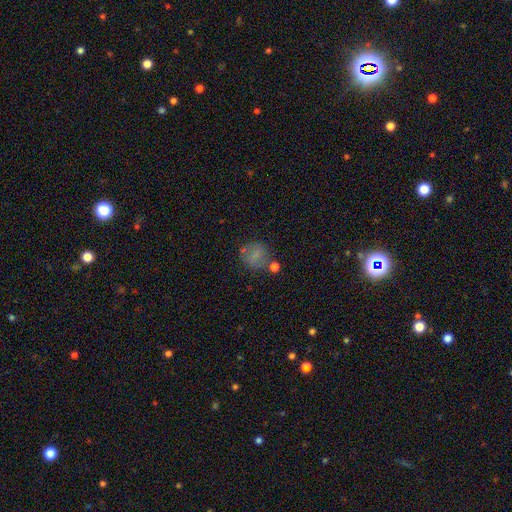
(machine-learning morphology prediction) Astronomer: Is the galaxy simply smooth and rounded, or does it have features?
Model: smooth — 68%.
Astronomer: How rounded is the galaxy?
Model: round — 77%.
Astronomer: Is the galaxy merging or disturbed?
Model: none — 61%.